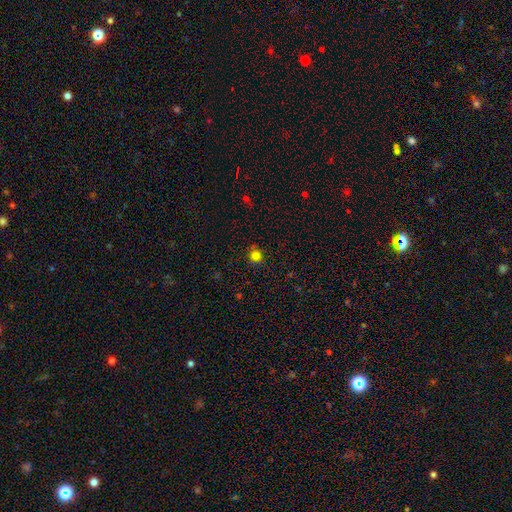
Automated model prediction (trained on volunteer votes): Smooth or featured? Predicted: smooth (p=0.80). How rounded? Predicted: round (p=0.91). Merging? Predicted: none (p=0.88).